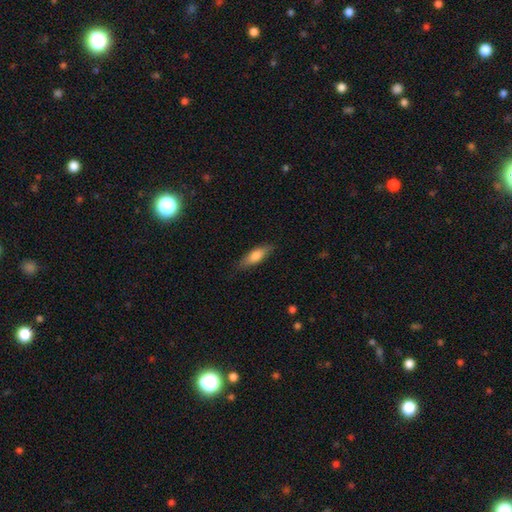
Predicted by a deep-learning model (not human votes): Overall: smooth (76%). How rounded: in between (57%; cigar-shaped 41%). Merging: none (83%).